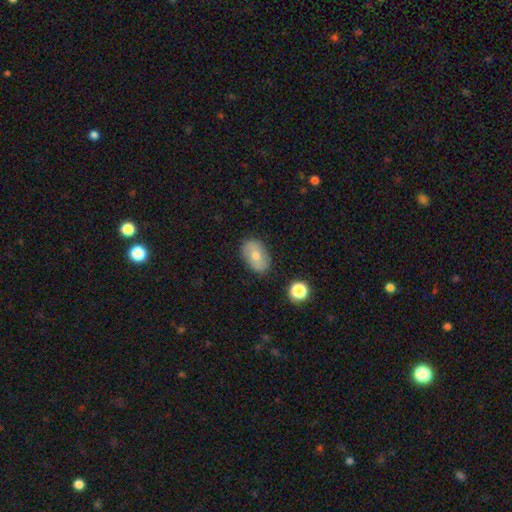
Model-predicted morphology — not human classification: The model was most divided on "smooth or featured": smooth: 66%, featured or disk: 26%, star or artifact: 8%. More confident: how rounded — in between (85%); merging — none (83%).